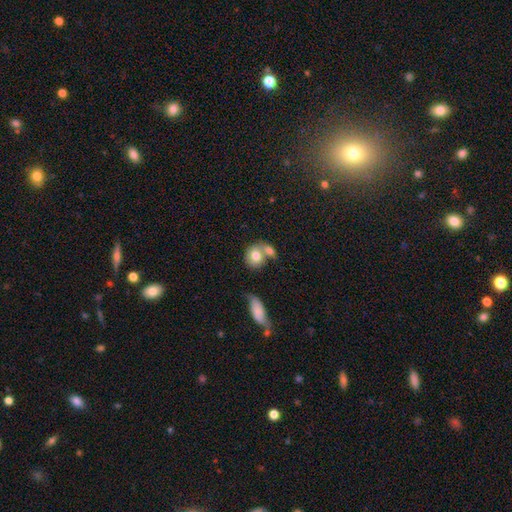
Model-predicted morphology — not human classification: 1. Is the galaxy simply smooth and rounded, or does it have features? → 75% smooth, 18% featured or disk, 7% star or artifact.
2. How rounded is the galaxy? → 66% round, 33% in between, 1% cigar-shaped.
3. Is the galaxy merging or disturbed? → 51% merger, 32% none, 11% minor disturbance, 6% major disturbance.